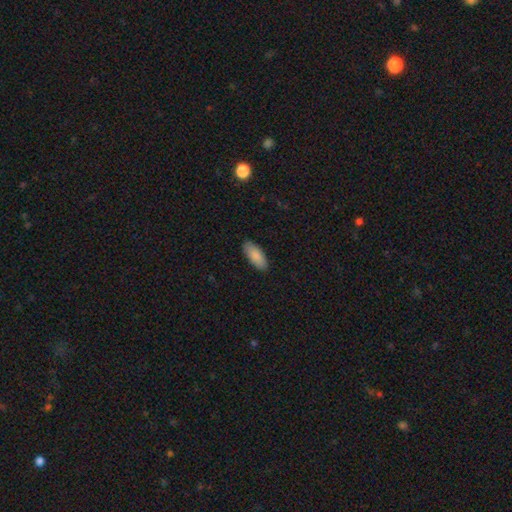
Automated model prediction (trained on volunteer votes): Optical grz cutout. It shows a smooth galaxy with no disk features (88%) that is in between round and cigar-shaped (84%). Merging: none (88%).